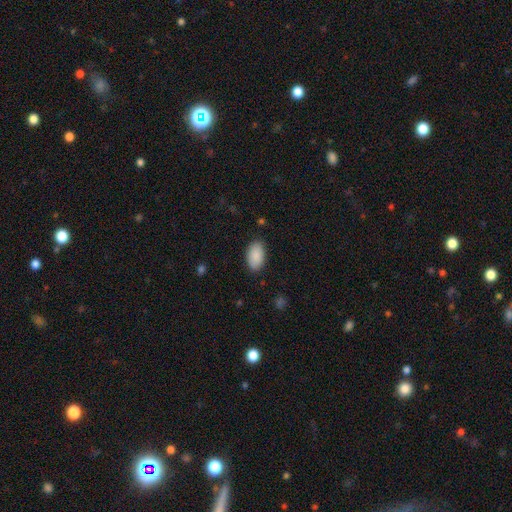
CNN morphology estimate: Q: Smooth or featured?
A: smooth (90%); runner-up: star or artifact (6%)
Q: How rounded?
A: in between (95%); runner-up: round (4%)
Q: Merging?
A: none (87%); runner-up: minor disturbance (10%)